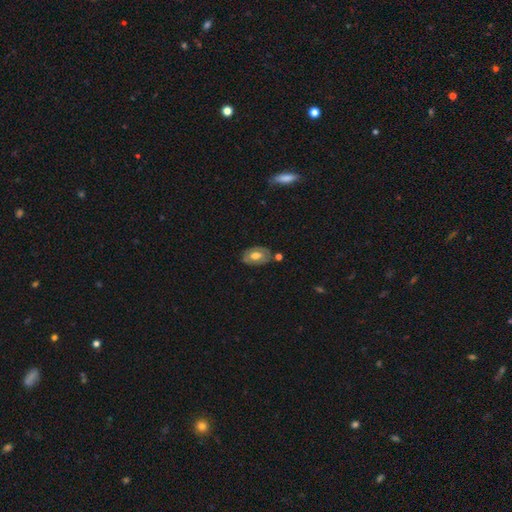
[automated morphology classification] Smooth or featured?
  - smooth: 50% *
  - featured or disk: 43%
  - star or artifact: 7%
How rounded?
  - in between: 88% *
  - round: 10%
  - cigar-shaped: 2%
Merging?
  - none: 68% *
  - minor disturbance: 20%
  - merger: 7%
  - major disturbance: 5%